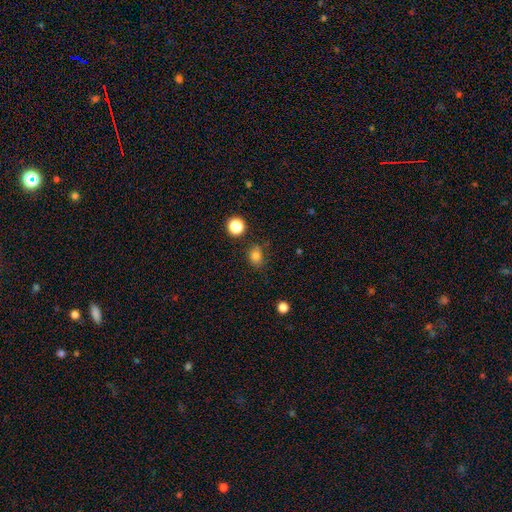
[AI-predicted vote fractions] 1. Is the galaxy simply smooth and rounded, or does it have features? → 81% smooth, 13% star or artifact, 6% featured or disk.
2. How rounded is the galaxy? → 50% in between, 49% round, 1% cigar-shaped.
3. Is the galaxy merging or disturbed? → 71% none, 20% minor disturbance, 5% major disturbance, 4% merger.